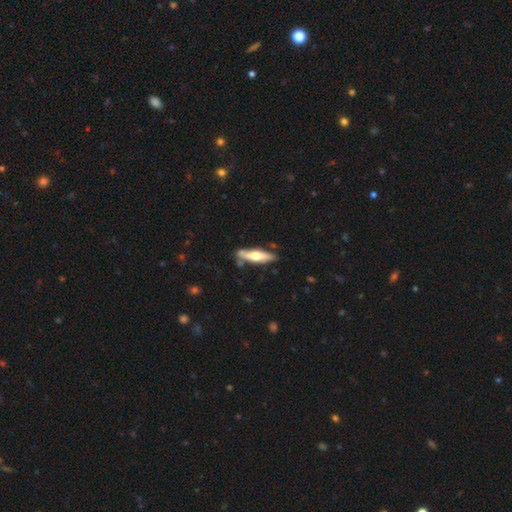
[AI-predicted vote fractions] Smooth or featured? featured or disk (54%)
Edge-on disk? yes (89%)
Merging? none (75%)